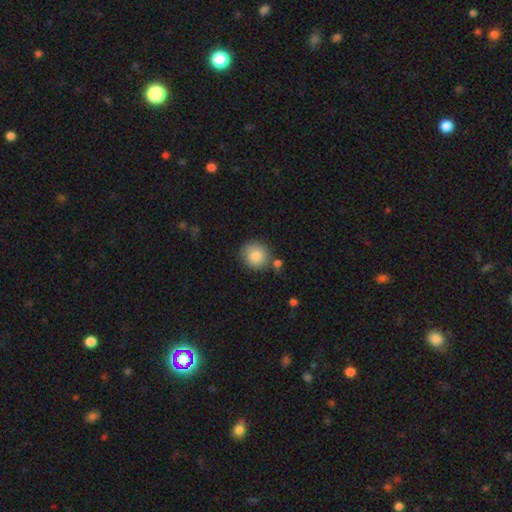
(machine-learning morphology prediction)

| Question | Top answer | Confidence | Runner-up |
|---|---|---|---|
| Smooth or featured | smooth | 86% | star or artifact (8%) |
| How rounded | round | 90% | in between (9%) |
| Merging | none | 76% | minor disturbance (12%) |